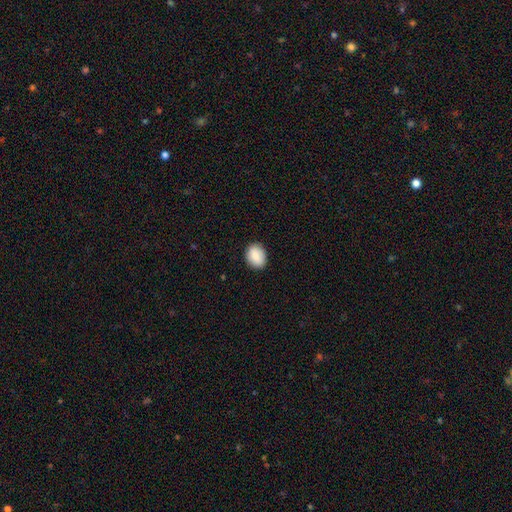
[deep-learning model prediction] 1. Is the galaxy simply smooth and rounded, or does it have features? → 86% smooth, 7% star or artifact, 6% featured or disk.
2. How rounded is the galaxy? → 63% in between, 36% round, 1% cigar-shaped.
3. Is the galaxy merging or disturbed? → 87% none, 10% minor disturbance, 2% major disturbance, 1% merger.